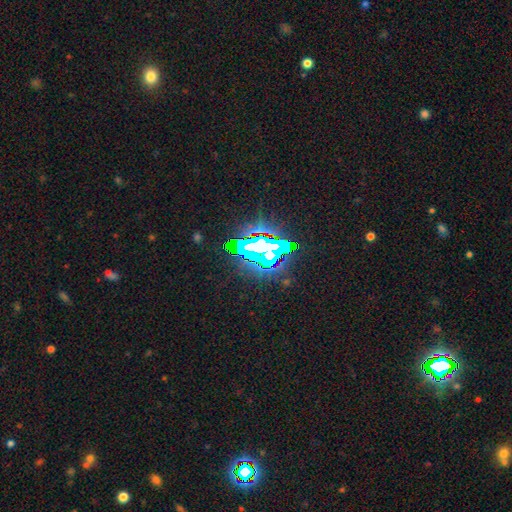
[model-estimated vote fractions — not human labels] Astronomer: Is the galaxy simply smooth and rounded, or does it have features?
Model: star or artifact — 81%.